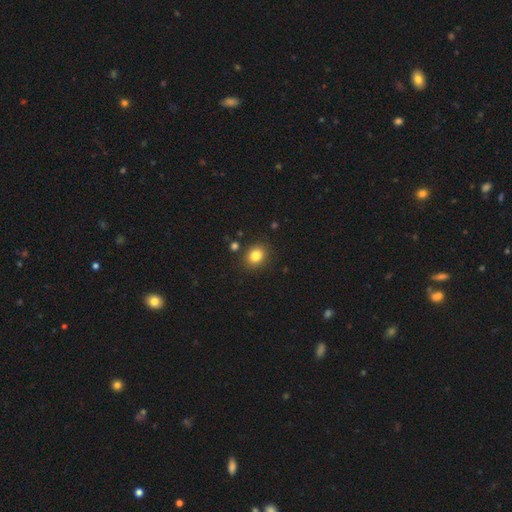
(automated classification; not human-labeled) Overall: smooth (82%). How rounded: round (64%; in between 35%). Merging: none (86%).